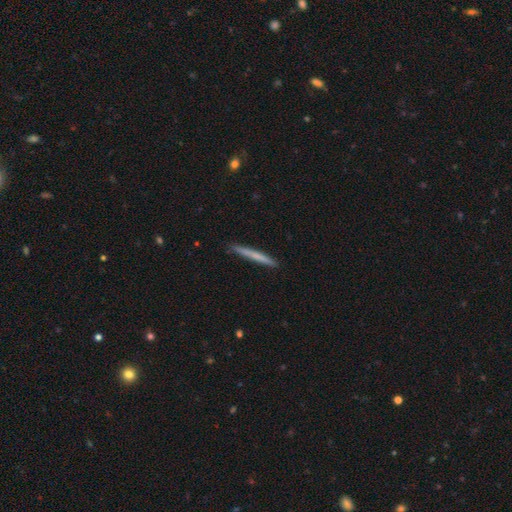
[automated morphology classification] This is likely a smooth galaxy (63%). How rounded: clearly cigar-shaped (97%). Merging: clearly none (90%).